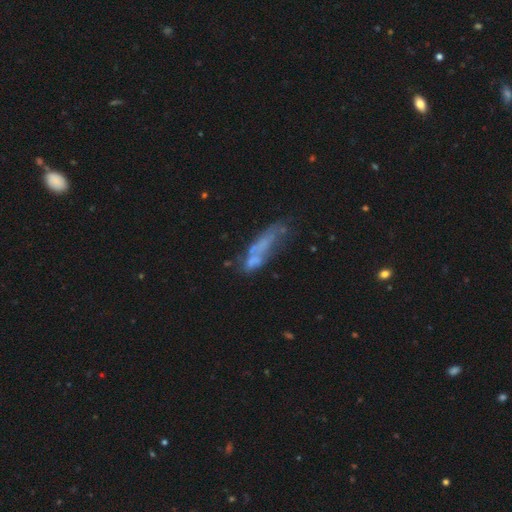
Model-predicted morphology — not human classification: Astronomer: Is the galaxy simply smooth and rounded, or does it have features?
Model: featured or disk — 46% (runner-up: smooth, 42%).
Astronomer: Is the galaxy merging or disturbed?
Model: none — 39% (runner-up: minor disturbance, 23%).